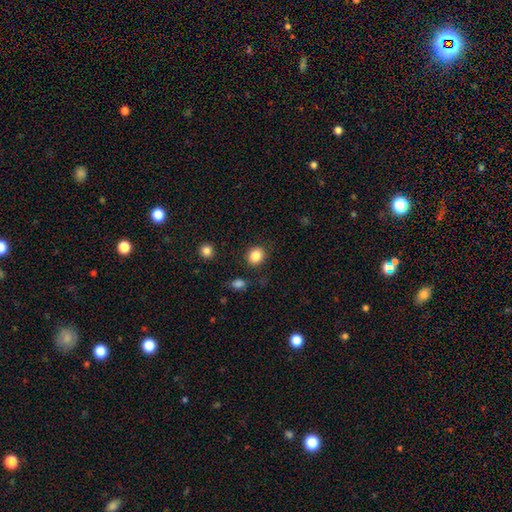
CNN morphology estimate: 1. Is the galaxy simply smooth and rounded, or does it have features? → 86% smooth, 10% star or artifact, 5% featured or disk.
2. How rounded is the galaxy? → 64% round, 35% in between, 1% cigar-shaped.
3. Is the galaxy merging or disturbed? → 84% none, 10% minor disturbance, 3% major disturbance, 3% merger.